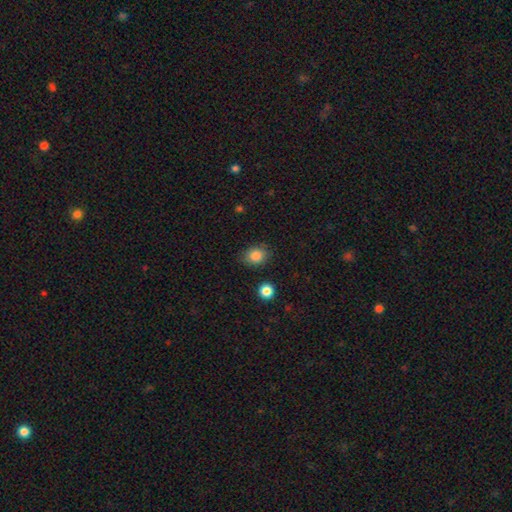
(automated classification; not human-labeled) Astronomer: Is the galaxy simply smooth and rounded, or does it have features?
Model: smooth — 86%.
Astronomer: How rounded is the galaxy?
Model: round — 55% (runner-up: in between, 44%).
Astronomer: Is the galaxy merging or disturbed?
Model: none — 80%.